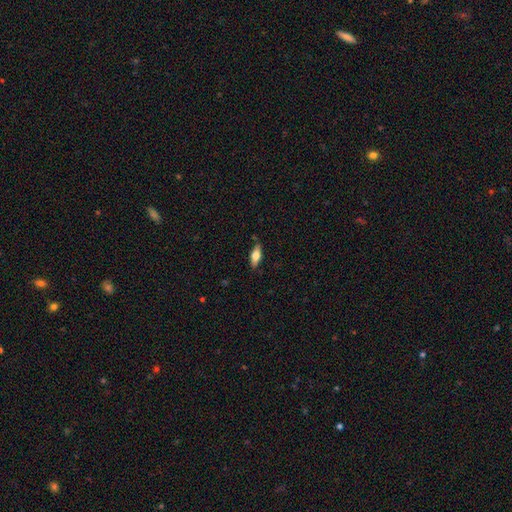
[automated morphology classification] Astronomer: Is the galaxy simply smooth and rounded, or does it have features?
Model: smooth — 62%.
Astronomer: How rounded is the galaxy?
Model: in between — 71%.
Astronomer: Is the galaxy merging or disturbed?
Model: none — 83%.